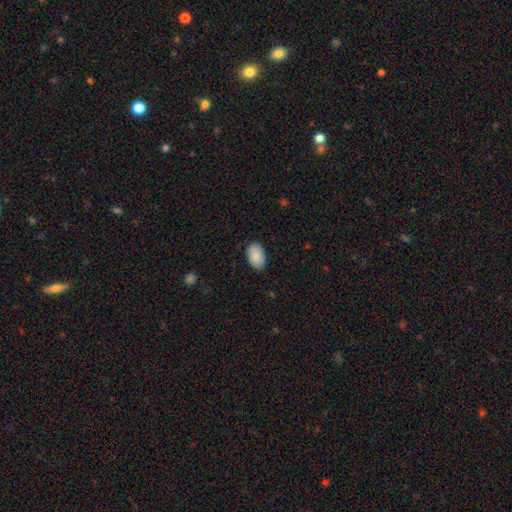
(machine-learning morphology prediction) A smooth galaxy with no disk features (86%) that is in between round and cigar-shaped (93%).

Vote fractions:
- Smooth or featured? smooth: 86% / featured or disk: 8% / star or artifact: 6%
- How rounded? in between: 93% / round: 6% / cigar-shaped: 1%
- Merging? none: 85% / minor disturbance: 12% / major disturbance: 2% / merger: 1%